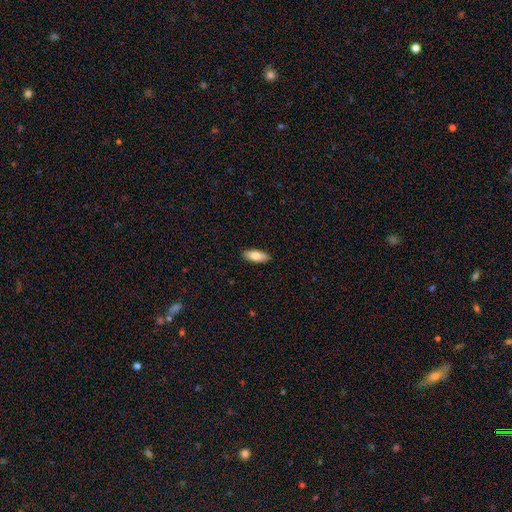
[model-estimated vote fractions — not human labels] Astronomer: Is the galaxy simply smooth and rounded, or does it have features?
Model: smooth — 80%.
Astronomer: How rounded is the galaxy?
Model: in between — 81%.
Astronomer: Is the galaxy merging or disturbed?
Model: none — 90%.